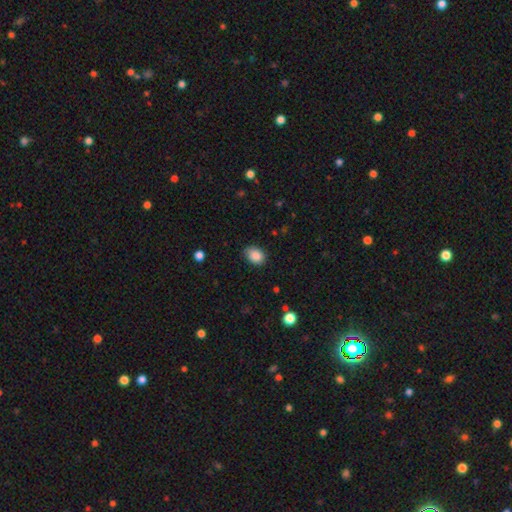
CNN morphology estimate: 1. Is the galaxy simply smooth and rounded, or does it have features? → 87% smooth, 9% star or artifact, 5% featured or disk.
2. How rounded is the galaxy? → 66% in between, 33% round, 1% cigar-shaped.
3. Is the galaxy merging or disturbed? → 79% none, 17% minor disturbance, 3% major disturbance, 1% merger.